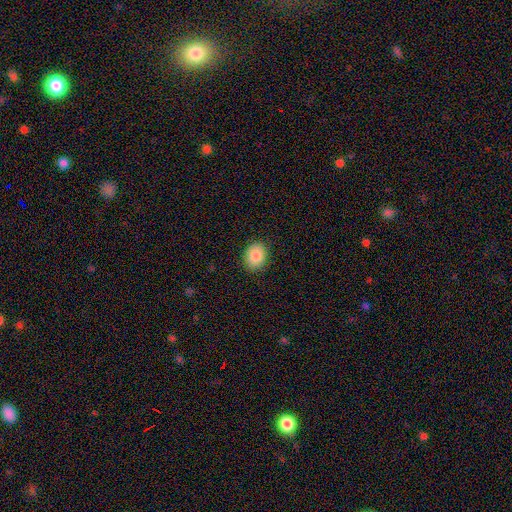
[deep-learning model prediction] Overall: smooth (86%). How rounded: in between (56%; round 44%). Merging: none (88%).